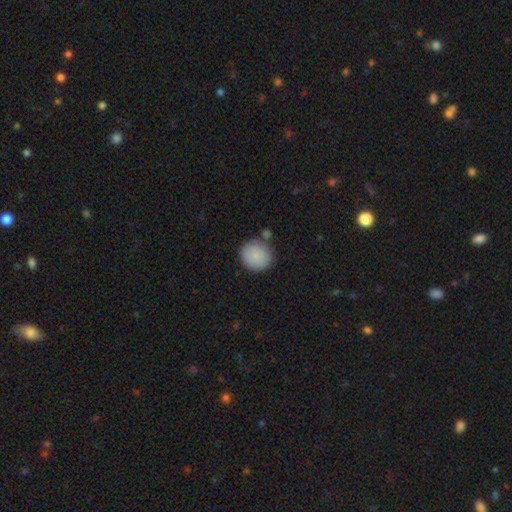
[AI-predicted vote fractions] Morphology: type=smooth (87%); roundness=round (86%); merging=none (75%).